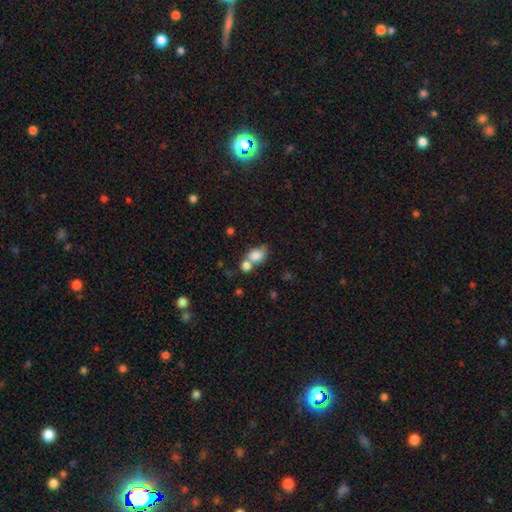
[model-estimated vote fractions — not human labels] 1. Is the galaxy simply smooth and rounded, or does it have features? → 80% smooth, 11% featured or disk, 9% star or artifact.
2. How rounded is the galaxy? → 71% in between, 27% round, 2% cigar-shaped.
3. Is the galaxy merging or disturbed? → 50% merger, 31% none, 12% minor disturbance, 7% major disturbance.